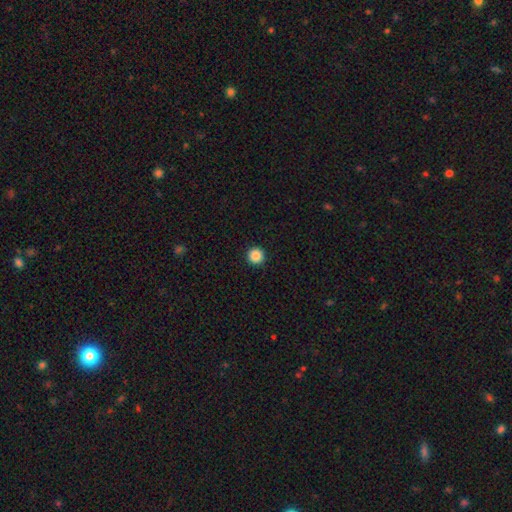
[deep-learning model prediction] smooth_or_featured: smooth (p=0.87) [alt: star or artifact p=0.10]
how_rounded: round (p=0.96) [alt: in between p=0.03]
merging: none (p=0.94) [alt: minor disturbance p=0.04]